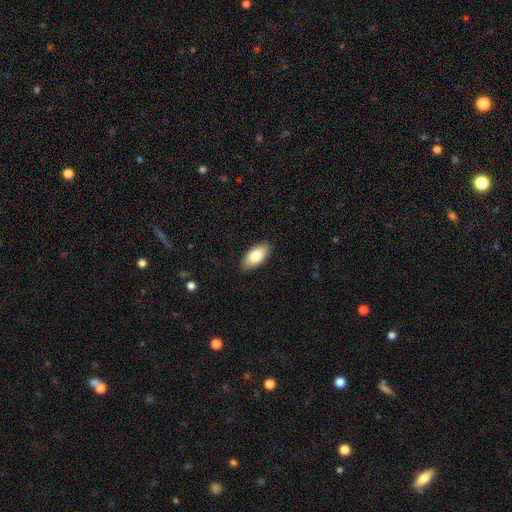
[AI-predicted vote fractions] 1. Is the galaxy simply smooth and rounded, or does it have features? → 81% smooth, 13% featured or disk, 6% star or artifact.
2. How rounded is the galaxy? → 93% in between, 5% cigar-shaped, 3% round.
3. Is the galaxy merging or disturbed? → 88% none, 9% minor disturbance, 2% major disturbance, 1% merger.